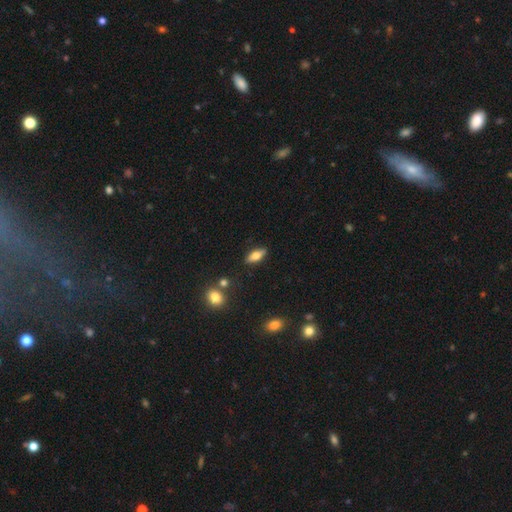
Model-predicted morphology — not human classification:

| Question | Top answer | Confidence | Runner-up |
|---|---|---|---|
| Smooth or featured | smooth | 58% | featured or disk (35%) |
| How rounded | in between | 70% | cigar-shaped (27%) |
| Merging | none | 86% | minor disturbance (9%) |